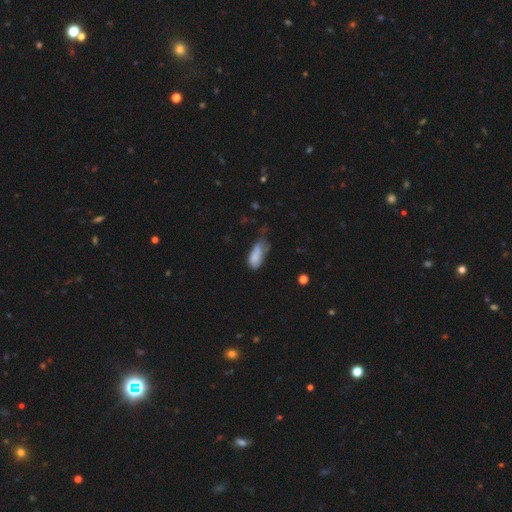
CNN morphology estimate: type=smooth (78%); roundness=in between (85%); merging=minor disturbance (40%).